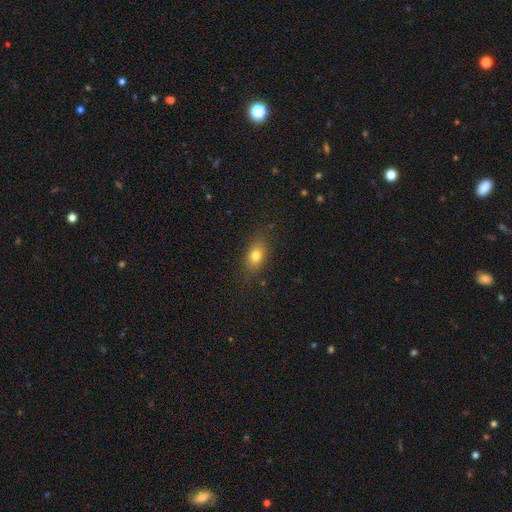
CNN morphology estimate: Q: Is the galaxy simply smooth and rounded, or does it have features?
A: smooth — 78%.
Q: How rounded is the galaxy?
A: in between — 77%.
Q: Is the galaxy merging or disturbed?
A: none — 82%.